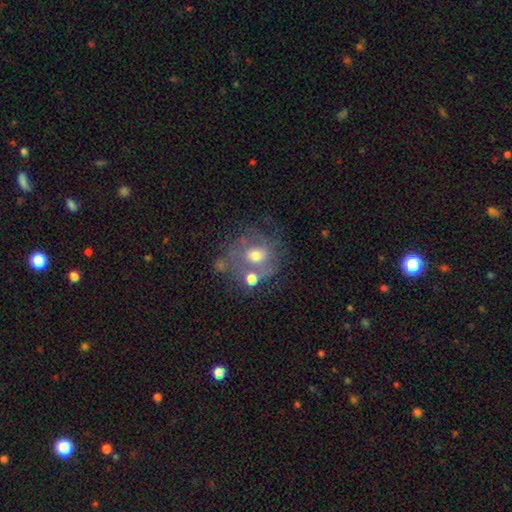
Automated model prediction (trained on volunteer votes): A featured or disk galaxy (51%). Merging: none (43%).